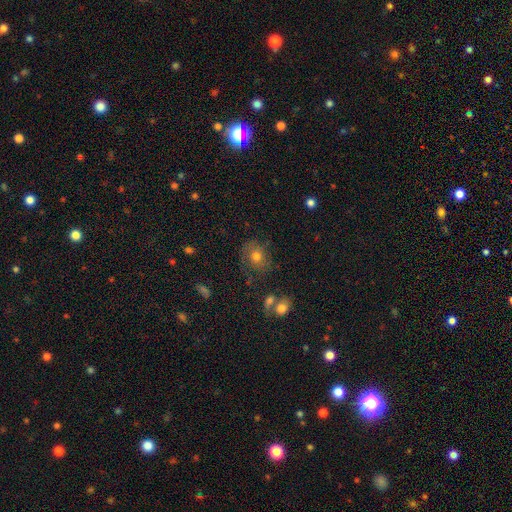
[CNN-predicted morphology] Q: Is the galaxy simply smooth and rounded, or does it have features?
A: smooth — 63%.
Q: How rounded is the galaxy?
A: round — 61%.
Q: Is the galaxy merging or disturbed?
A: none — 69%.